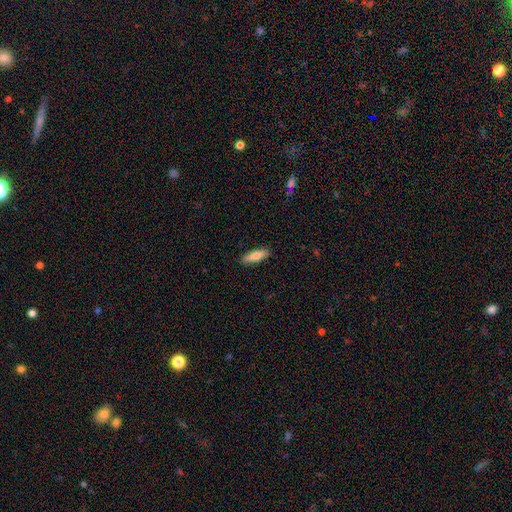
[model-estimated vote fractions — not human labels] A smooth galaxy with no disk features (75%) that is cigar-shaped (50%).

Vote fractions:
- Smooth or featured? smooth: 75% / featured or disk: 19% / star or artifact: 6%
- How rounded? cigar-shaped: 50% / in between: 48% / round: 2%
- Merging? none: 88% / minor disturbance: 9% / major disturbance: 2% / merger: 1%